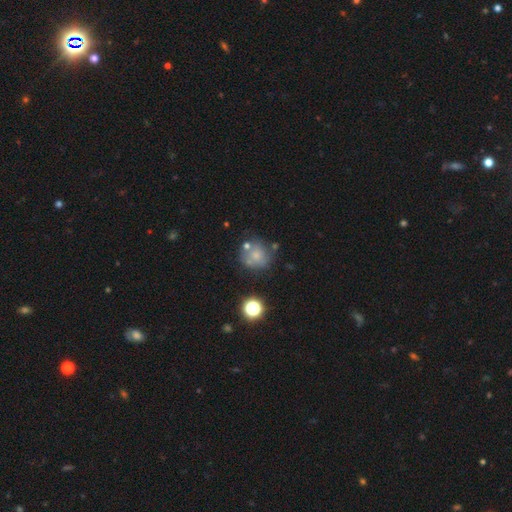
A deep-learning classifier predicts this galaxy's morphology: A smooth galaxy with no disk features (65%) that is round (86%).

Vote fractions:
- Smooth or featured? smooth: 65% / featured or disk: 21% / star or artifact: 14%
- How rounded? round: 86% / in between: 13% / cigar-shaped: 1%
- Merging? none: 57% / minor disturbance: 18% / merger: 15% / major disturbance: 9%